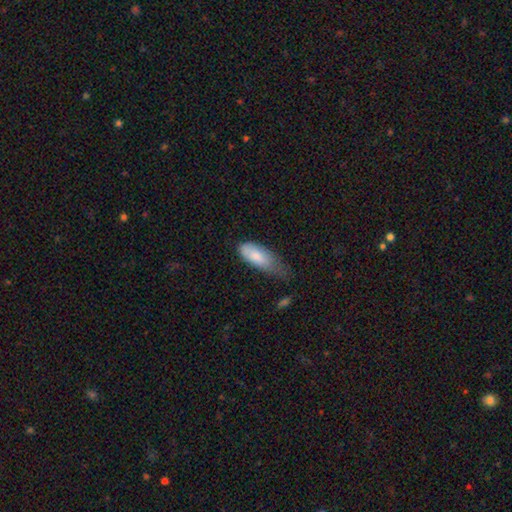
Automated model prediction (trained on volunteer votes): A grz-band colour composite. It shows a smooth galaxy with no disk features (80%) that is in between round and cigar-shaped (81%). Merging: minor disturbance (47%).